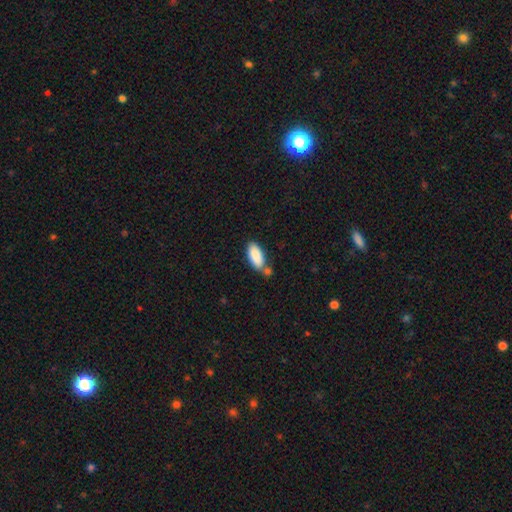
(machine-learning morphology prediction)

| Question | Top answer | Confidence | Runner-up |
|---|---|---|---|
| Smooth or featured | smooth | 88% | featured or disk (6%) |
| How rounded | in between | 87% | cigar-shaped (11%) |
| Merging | none | 56% | merger (24%) |